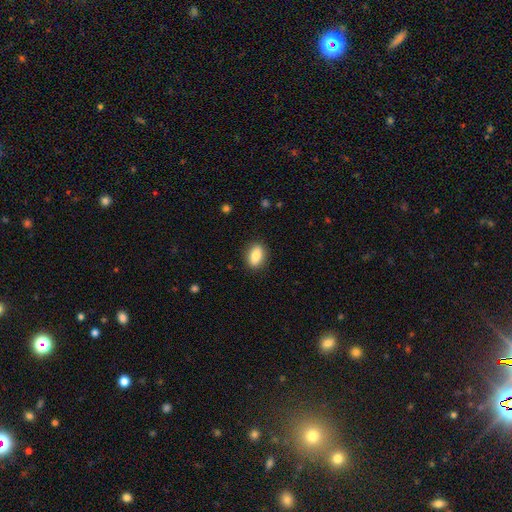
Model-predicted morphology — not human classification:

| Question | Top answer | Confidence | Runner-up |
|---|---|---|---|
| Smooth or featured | smooth | 84% | featured or disk (9%) |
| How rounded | in between | 83% | round (14%) |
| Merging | none | 88% | minor disturbance (9%) |